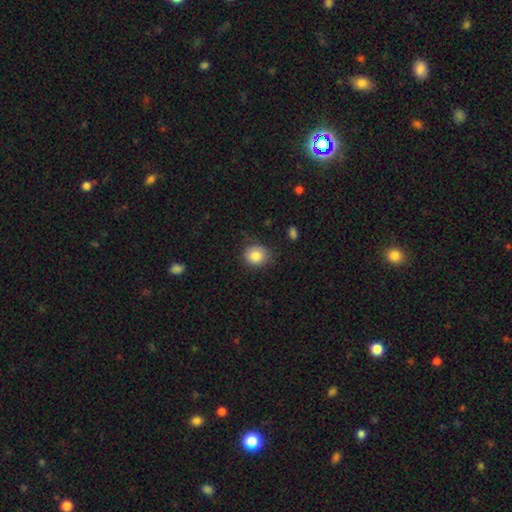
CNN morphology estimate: smooth 85%, star or artifact 9%, featured or disk 6%. Down the decision tree: how rounded — round (79%); merging — none (78%).